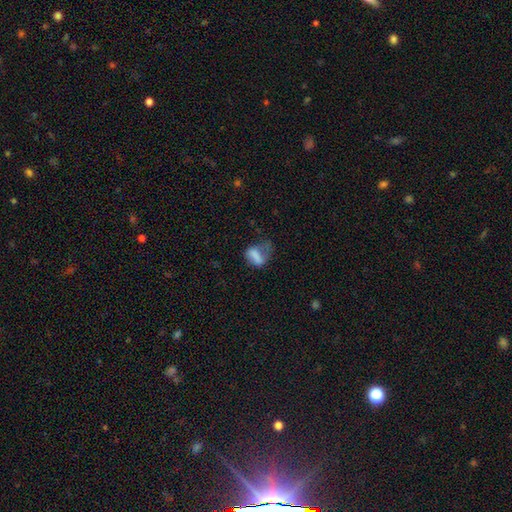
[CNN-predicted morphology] This appears to be a smooth galaxy with no disk features (68%) that is in between round and cigar-shaped (75%). Merging: major disturbance (38%).